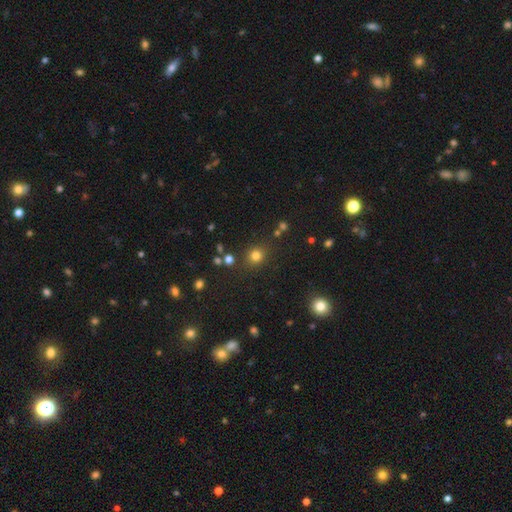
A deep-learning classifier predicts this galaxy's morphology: This is likely a smooth galaxy (77%). How rounded: clearly round (85%). Merging: clearly none (83%).